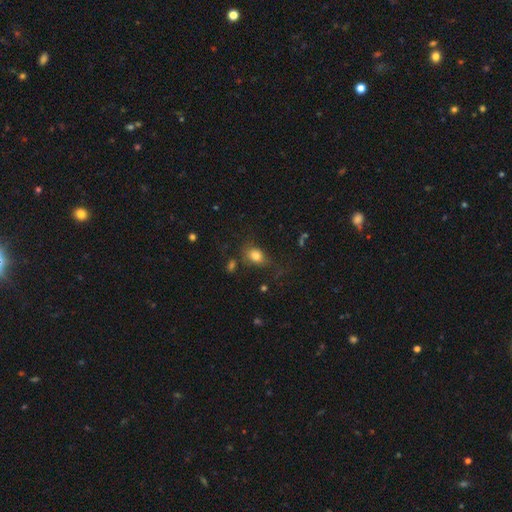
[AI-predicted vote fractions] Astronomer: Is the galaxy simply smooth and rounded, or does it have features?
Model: smooth — 79%.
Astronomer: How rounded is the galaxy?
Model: in between — 70%.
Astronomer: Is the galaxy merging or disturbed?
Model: none — 64%.